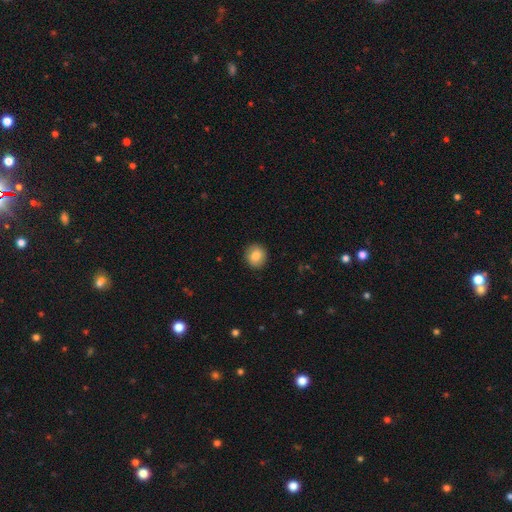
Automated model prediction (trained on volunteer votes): Q: Smooth or featured?
A: smooth (82%); runner-up: featured or disk (10%)
Q: How rounded?
A: round (86%); runner-up: in between (13%)
Q: Merging?
A: none (91%); runner-up: minor disturbance (6%)